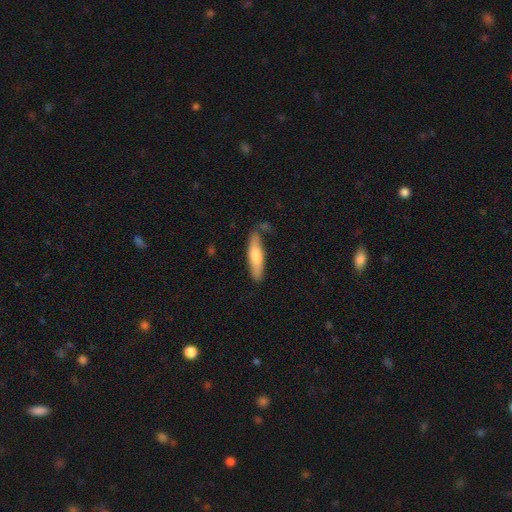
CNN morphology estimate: smooth_or_featured: smooth (p=0.70) [alt: featured or disk p=0.24]
how_rounded: cigar-shaped (p=0.70) [alt: in between p=0.28]
merging: none (p=0.75) [alt: minor disturbance p=0.17]